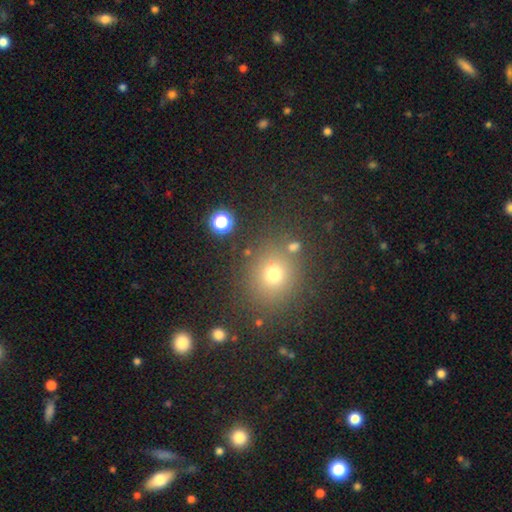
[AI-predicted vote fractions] Smooth or featured? smooth (61%)
How rounded? round (82%)
Merging? none (84%)